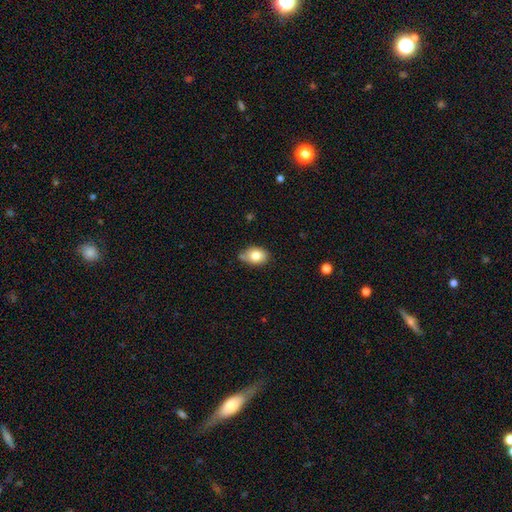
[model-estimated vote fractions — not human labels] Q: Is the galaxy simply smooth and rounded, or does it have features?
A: smooth — 80%.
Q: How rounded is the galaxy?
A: in between — 77%.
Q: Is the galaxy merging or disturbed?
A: none — 66%.